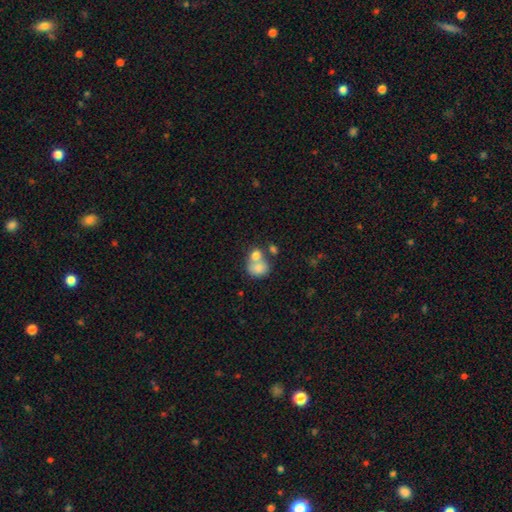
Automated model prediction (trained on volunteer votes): smooth-or-featured: smooth: 77% | featured or disk: 14% | star or artifact: 9%
  how-rounded: round: 61% | in between: 38% | cigar-shaped: 1%
  merging: merger: 59% | none: 28% | minor disturbance: 8% | major disturbance: 5%